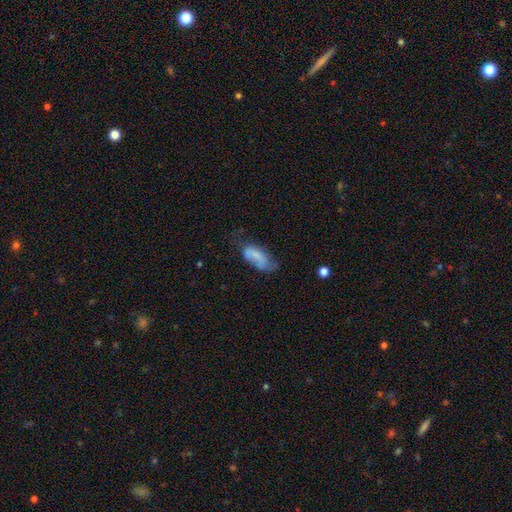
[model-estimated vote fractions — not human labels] Overall: smooth (65%; featured or disk 27%). How rounded: in between (86%). Merging: none (36%; minor disturbance 33%).